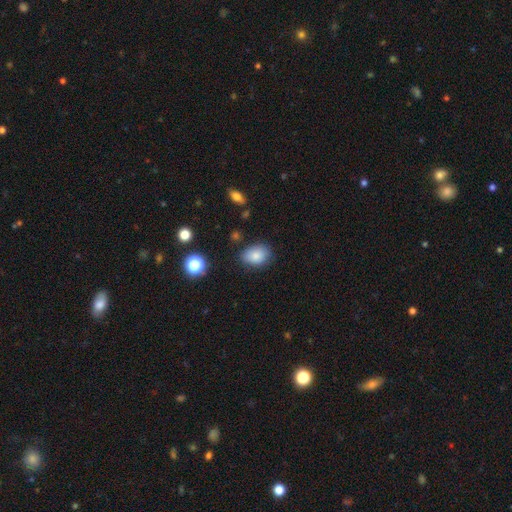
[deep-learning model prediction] This is clearly a smooth galaxy (83%). How rounded: likely in between (77%). Merging: likely none (76%).